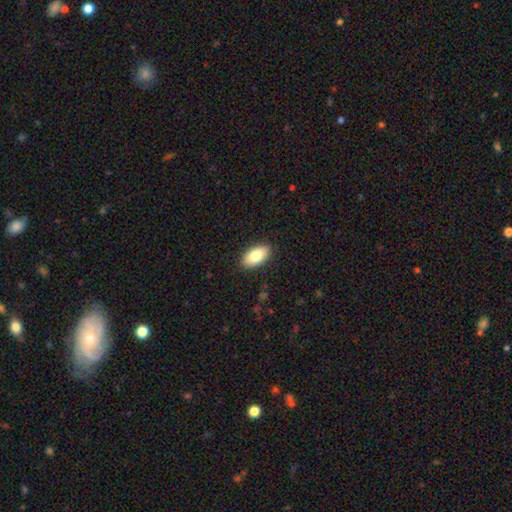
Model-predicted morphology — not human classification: This appears to be a smooth galaxy with no disk features (82%) that is in between round and cigar-shaped (93%). Merging: none (89%).